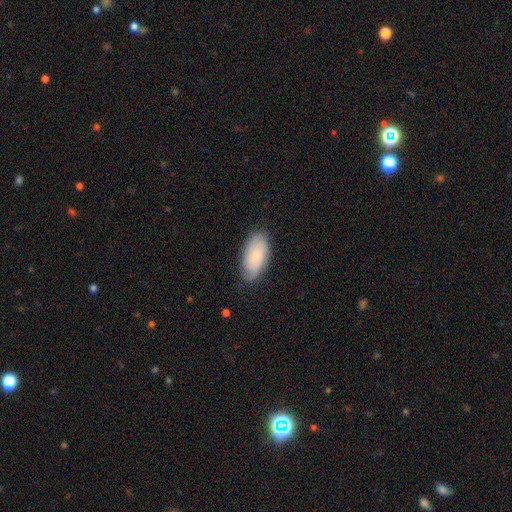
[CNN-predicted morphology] This appears to be a smooth galaxy with no disk features (71%) that is in between round and cigar-shaped (93%). Merging: none (75%).